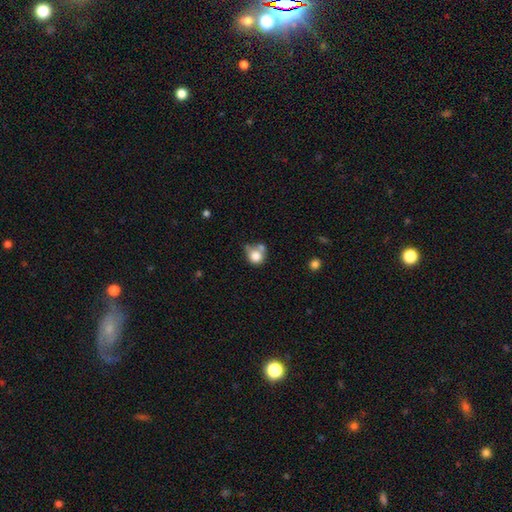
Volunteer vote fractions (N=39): Volunteers were most divided on "merging": none: 54%, merger: 23%, minor disturbance: 20%, major disturbance: 3%. More confident: how rounded — round (85%); smooth or featured — smooth (85%).